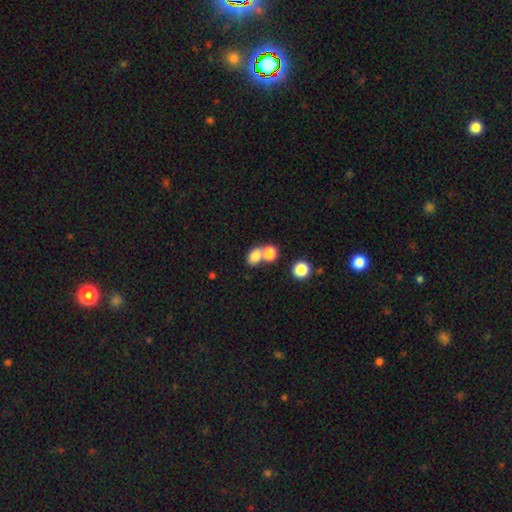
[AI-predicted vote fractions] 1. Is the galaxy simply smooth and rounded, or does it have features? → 78% smooth, 12% star or artifact, 10% featured or disk.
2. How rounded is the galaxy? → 58% in between, 41% round, 1% cigar-shaped.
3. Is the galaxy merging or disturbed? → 51% merger, 37% none, 8% minor disturbance, 4% major disturbance.